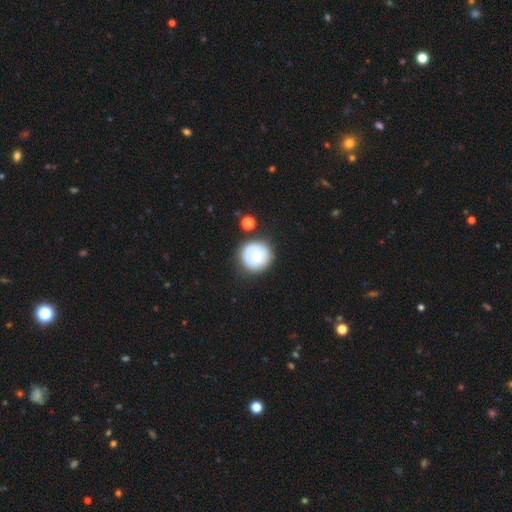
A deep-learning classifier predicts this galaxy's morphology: This appears to be a smooth galaxy with no disk features (61%) that is round (93%). Merging: none (74%).